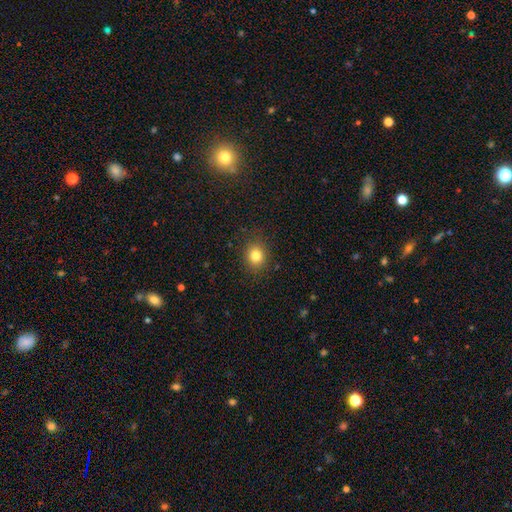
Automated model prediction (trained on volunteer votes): Smooth or featured: smooth — 81% (star or artifact — 12%)
How rounded: round — 71% (in between — 28%)
Merging: none — 88% (minor disturbance — 8%)